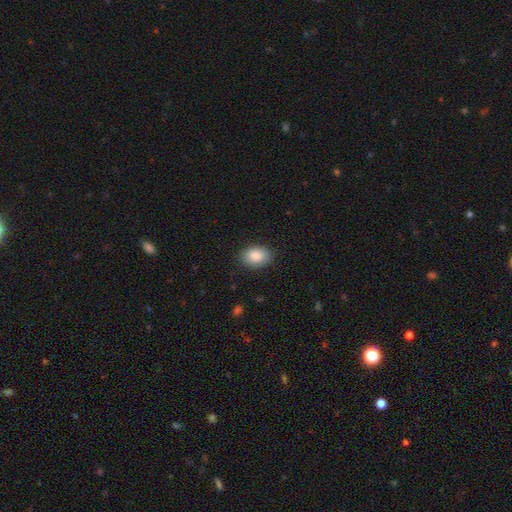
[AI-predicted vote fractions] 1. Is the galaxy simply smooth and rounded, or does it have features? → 88% smooth, 7% star or artifact, 5% featured or disk.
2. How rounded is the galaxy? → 84% in between, 15% round, 1% cigar-shaped.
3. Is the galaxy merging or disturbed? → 85% none, 11% minor disturbance, 3% major disturbance, 1% merger.